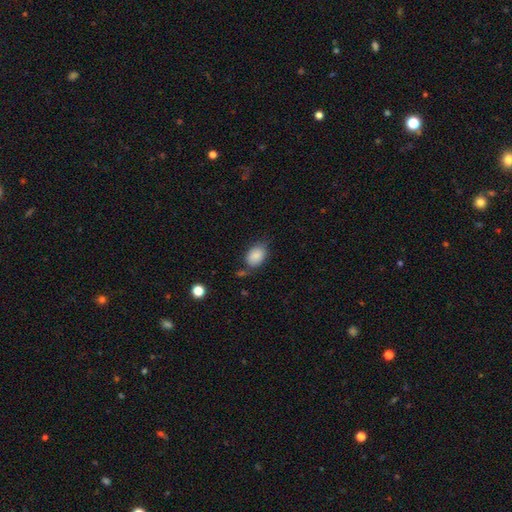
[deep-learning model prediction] This is clearly a smooth galaxy (86%). How rounded: clearly in between (82%). Merging: likely none (64%).